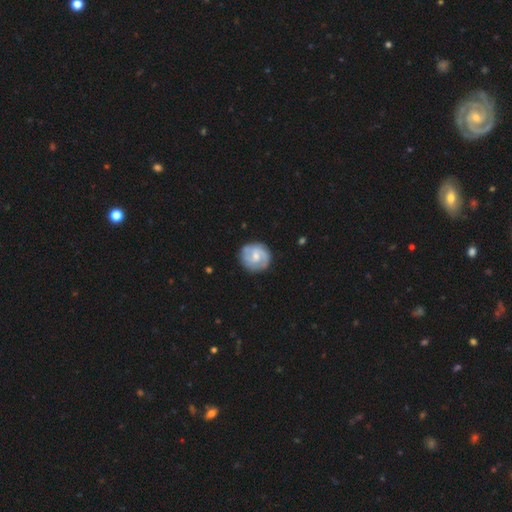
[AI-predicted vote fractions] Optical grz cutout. It shows a featured or disk galaxy (65%) with a weak bar (47%), 2 (58%) tight (46%) spiral arms (87%) and a moderate central bulge (52%). Merging: none (80%).